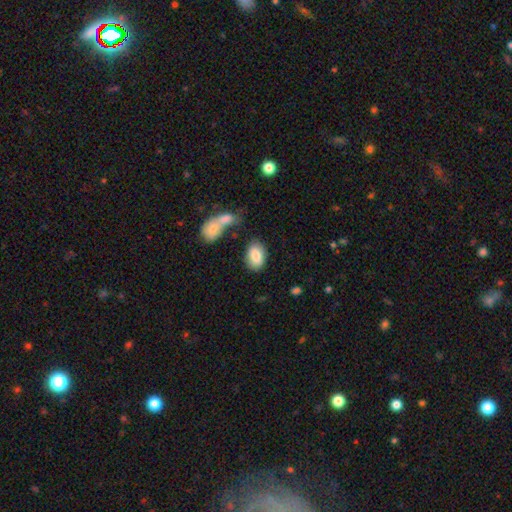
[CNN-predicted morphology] A smooth galaxy with no disk features (84%) that is in between round and cigar-shaped (90%).

Vote fractions:
- Smooth or featured? smooth: 84% / featured or disk: 9% / star or artifact: 6%
- How rounded? in between: 90% / round: 9% / cigar-shaped: 2%
- Merging? none: 72% / minor disturbance: 13% / merger: 10% / major disturbance: 4%